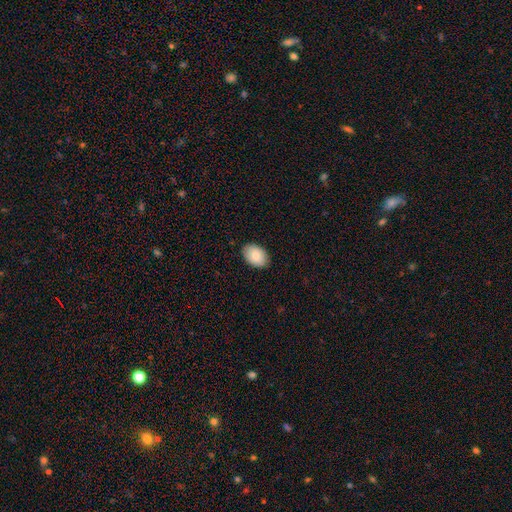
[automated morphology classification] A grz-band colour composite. It shows a smooth galaxy with no disk features (83%) that is in between round and cigar-shaped (87%). Merging: none (87%).